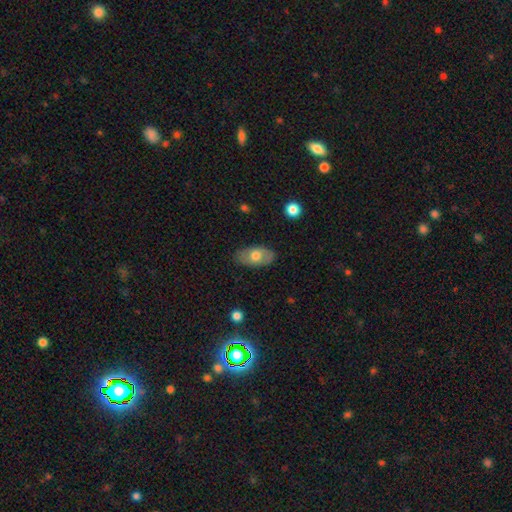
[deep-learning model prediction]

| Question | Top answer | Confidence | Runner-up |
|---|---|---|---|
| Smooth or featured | smooth | 64% | featured or disk (30%) |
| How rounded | in between | 92% | round (6%) |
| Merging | none | 81% | minor disturbance (15%) |